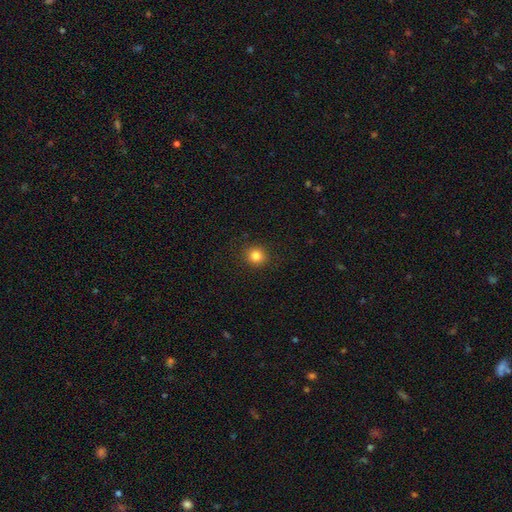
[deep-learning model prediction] smooth 82%, star or artifact 12%, featured or disk 6%. Down the decision tree: how rounded — round (90%); merging — none (91%).